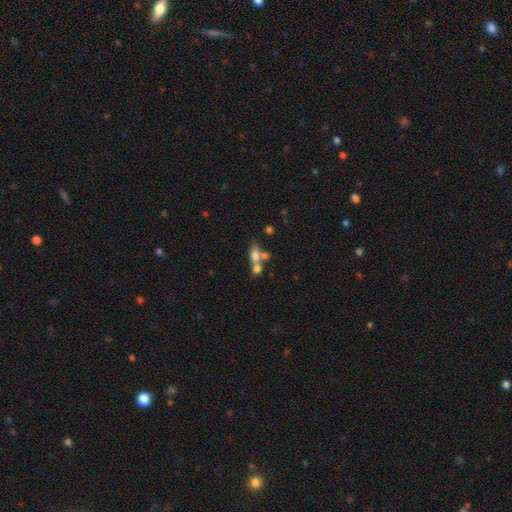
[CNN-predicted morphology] This is likely a smooth galaxy (65%). How rounded: likely in between (63%). Merging: possibly merger (55%).